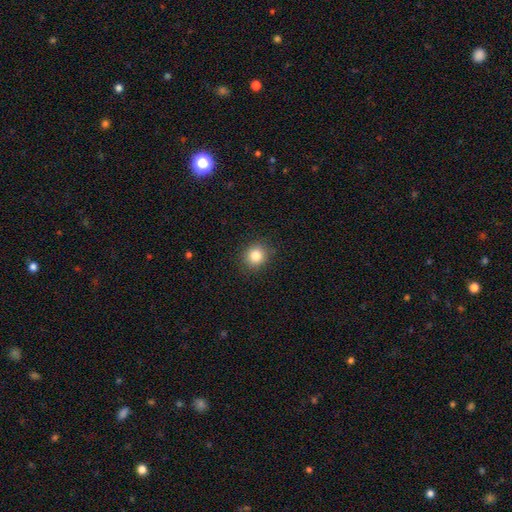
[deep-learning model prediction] smooth_or_featured: smooth (p=0.84) [alt: star or artifact p=0.11]
how_rounded: round (p=0.85) [alt: in between p=0.14]
merging: none (p=0.90) [alt: minor disturbance p=0.07]